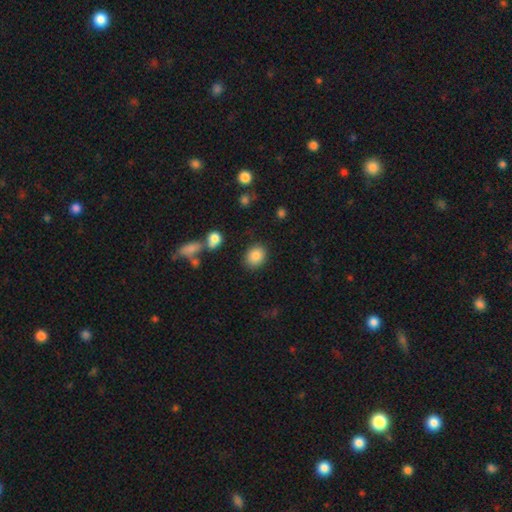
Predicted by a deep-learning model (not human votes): Overall: smooth (86%). How rounded: round (54%; in between 45%). Merging: none (84%).